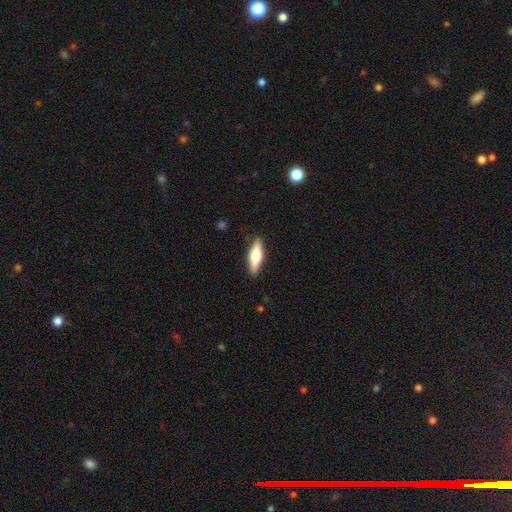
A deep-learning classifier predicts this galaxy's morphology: smooth 53%, featured or disk 42%, star or artifact 6%. Down the decision tree: how rounded — cigar-shaped (53%); merging — none (88%).